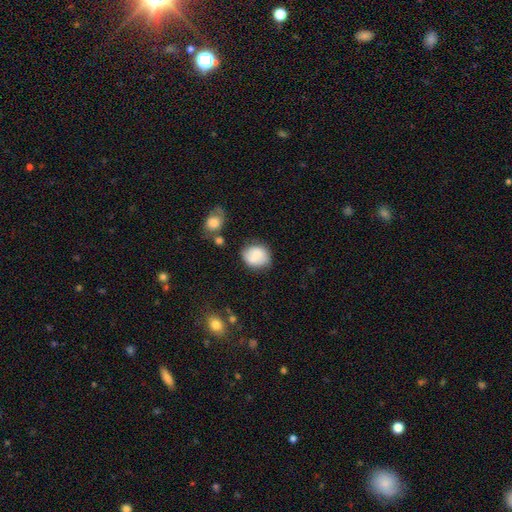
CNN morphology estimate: Smooth or featured? smooth (76%)
How rounded? round (66%)
Merging? none (71%)